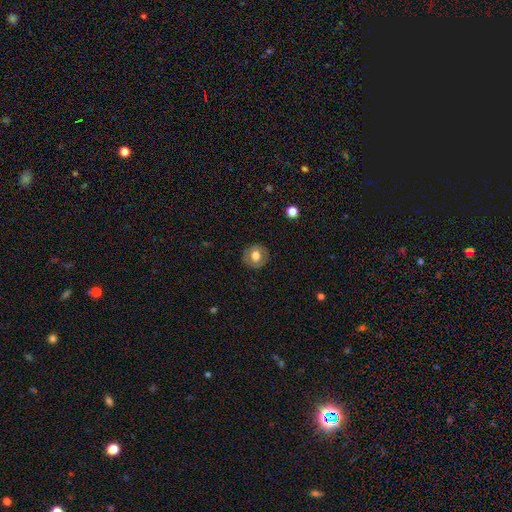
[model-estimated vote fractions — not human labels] The model was most divided on "smooth or featured": smooth: 64%, featured or disk: 27%, star or artifact: 8%. More confident: how rounded — round (88%); merging — none (87%).